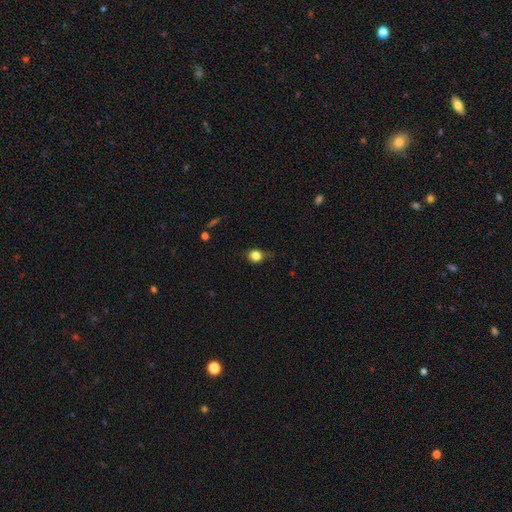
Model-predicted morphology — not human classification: This appears to be a smooth galaxy with no disk features (79%) that is round (72%). Merging: none (57%).